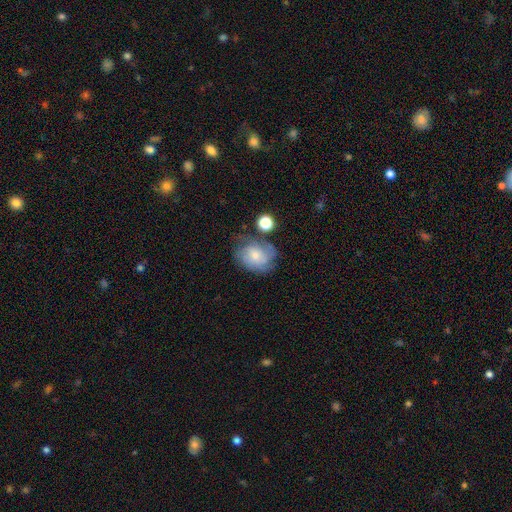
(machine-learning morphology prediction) type=featured or disk (54%); edge-on=no (97%); bar=no (78%); spiral arms=yes (83%); bulge=small (50%); merging=none (56%).